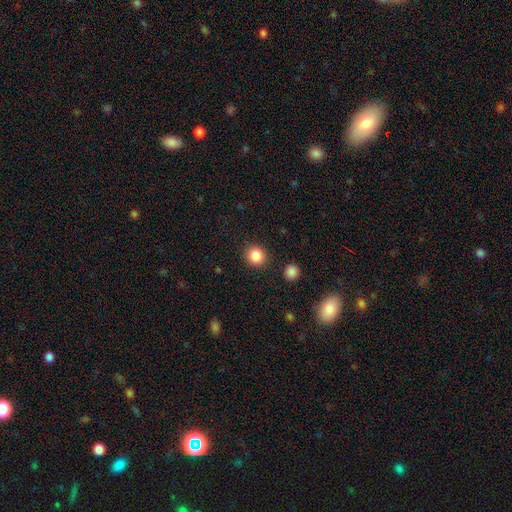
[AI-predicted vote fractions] A smooth galaxy with no disk features (86%) that is round (88%).

Vote fractions:
- Smooth or featured? smooth: 86% / star or artifact: 10% / featured or disk: 4%
- How rounded? round: 88% / in between: 11% / cigar-shaped: 1%
- Merging? none: 89% / minor disturbance: 6% / major disturbance: 2% / merger: 2%